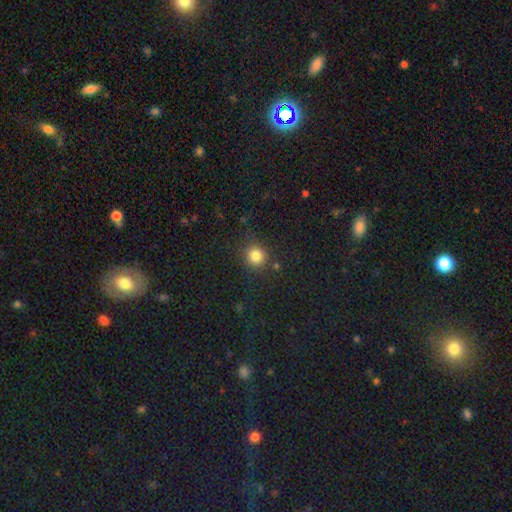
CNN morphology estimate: type=smooth (82%); roundness=round (91%); merging=none (84%).